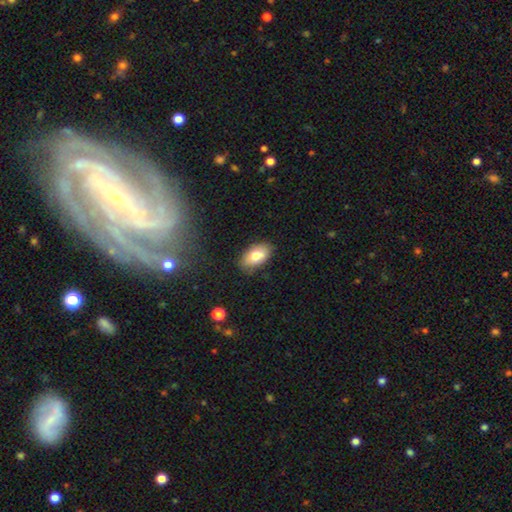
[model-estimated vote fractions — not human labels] Morphology: type=smooth (76%); roundness=in between (93%); merging=none (81%).